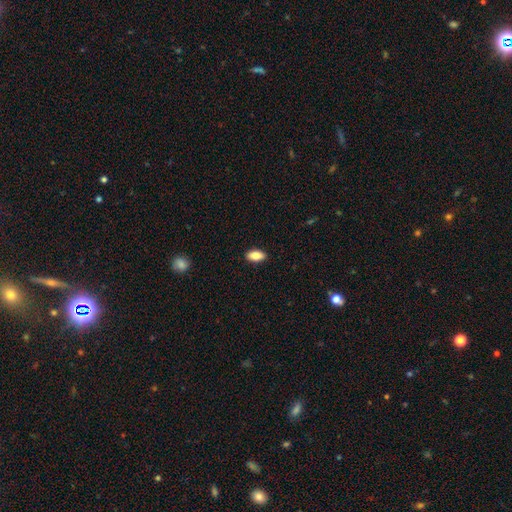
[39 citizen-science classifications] Smooth or featured? 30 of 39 (77%) said smooth. How rounded? 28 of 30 (93%) said in between. Merging? 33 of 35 (94%) said none.